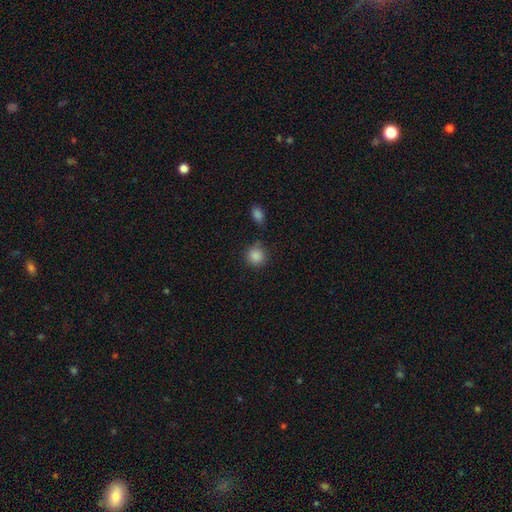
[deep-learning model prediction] Morphology: type=smooth (87%); roundness=round (91%); merging=none (72%).